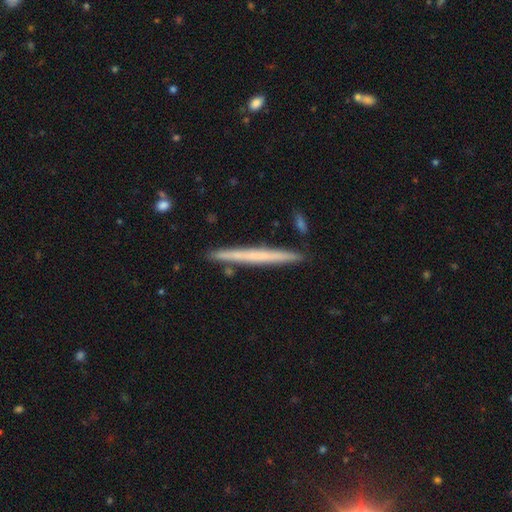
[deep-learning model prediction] smooth_or_featured: featured or disk (p=0.48) [alt: smooth p=0.46]
merging: none (p=0.90) [alt: minor disturbance p=0.07]